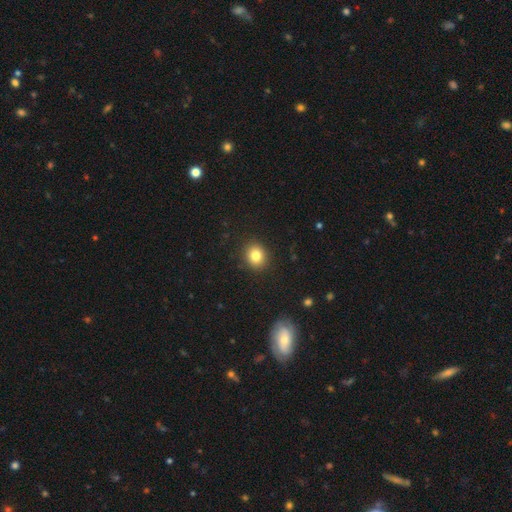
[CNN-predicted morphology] This appears to be a smooth galaxy with no disk features (82%) that is round (74%). Merging: none (90%).